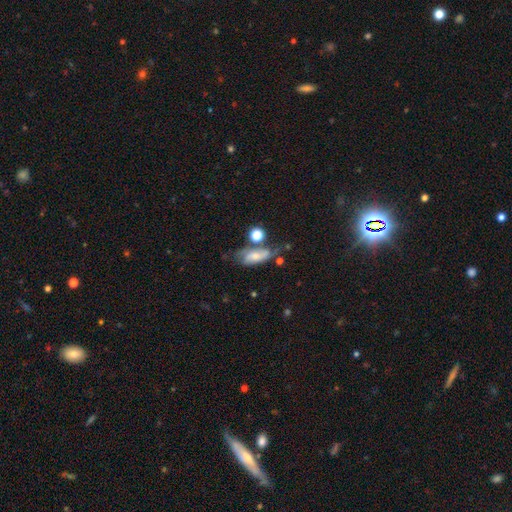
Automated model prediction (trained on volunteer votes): Smooth or featured? smooth (50%)
Merging? none (41%)